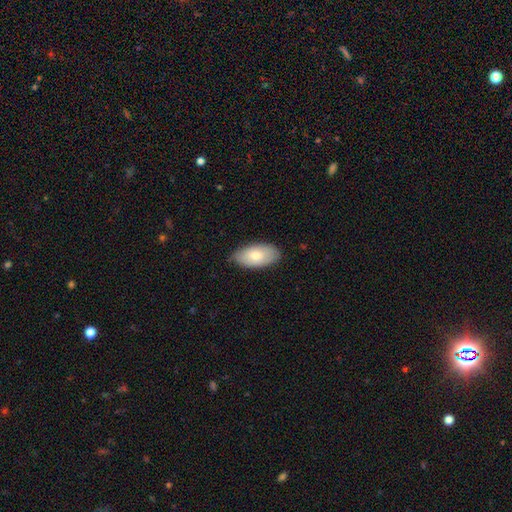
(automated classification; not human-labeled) A smooth galaxy with no disk features (77%) that is in between round and cigar-shaped (94%).

Vote fractions:
- Smooth or featured? smooth: 77% / featured or disk: 17% / star or artifact: 6%
- How rounded? in between: 94% / cigar-shaped: 3% / round: 3%
- Merging? none: 79% / minor disturbance: 17% / major disturbance: 3% / merger: 1%